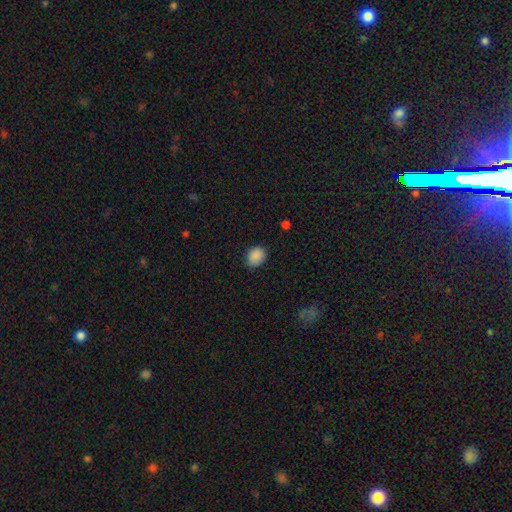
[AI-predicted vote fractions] Morphology: type=smooth (88%); roundness=in between (50%); merging=none (78%).